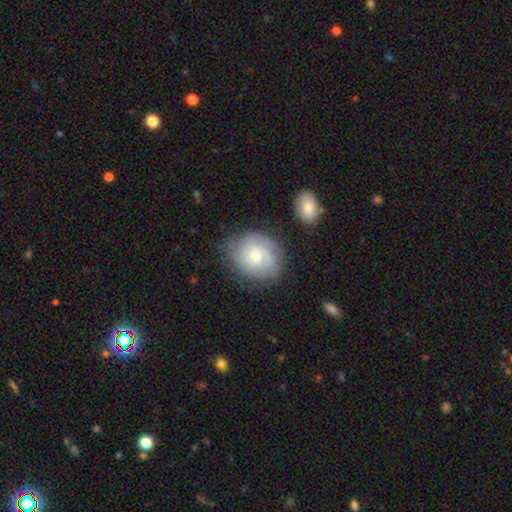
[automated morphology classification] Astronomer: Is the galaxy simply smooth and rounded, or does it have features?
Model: featured or disk — 48% (runner-up: smooth, 44%).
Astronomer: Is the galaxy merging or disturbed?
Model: none — 71%.